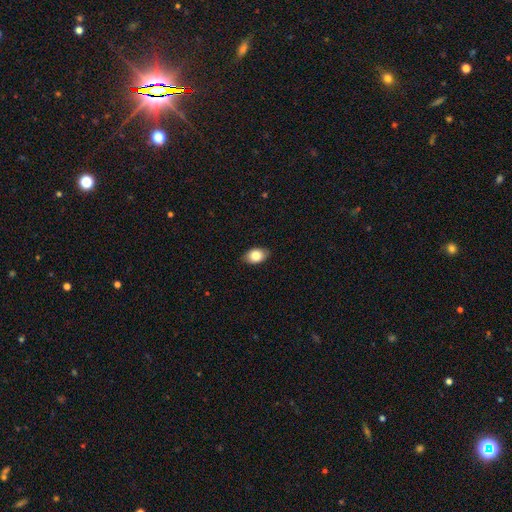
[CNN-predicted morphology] A smooth galaxy with no disk features (83%) that is in between round and cigar-shaped (86%).

Vote fractions:
- Smooth or featured? smooth: 83% / featured or disk: 10% / star or artifact: 7%
- How rounded? in between: 86% / round: 13% / cigar-shaped: 1%
- Merging? none: 85% / minor disturbance: 12% / major disturbance: 2% / merger: 1%